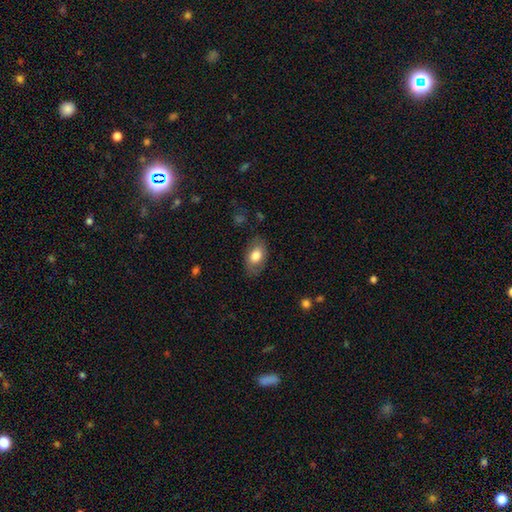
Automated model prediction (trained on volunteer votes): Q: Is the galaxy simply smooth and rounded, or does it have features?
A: smooth — 75%.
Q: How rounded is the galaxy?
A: in between — 90%.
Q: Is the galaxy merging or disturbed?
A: none — 80%.